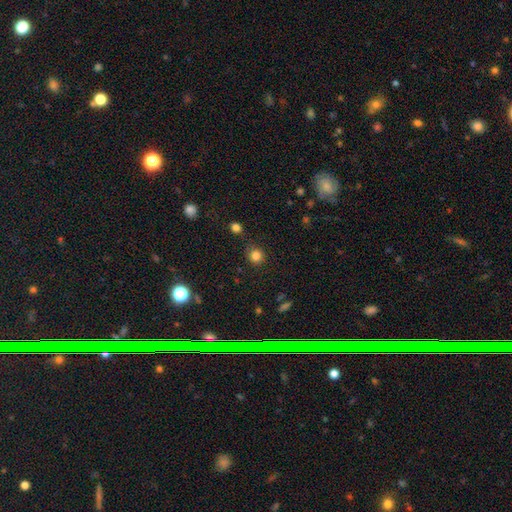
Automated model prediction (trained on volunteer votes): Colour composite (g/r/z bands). It shows a smooth galaxy with no disk features (82%) that is round (91%). Merging: none (81%).